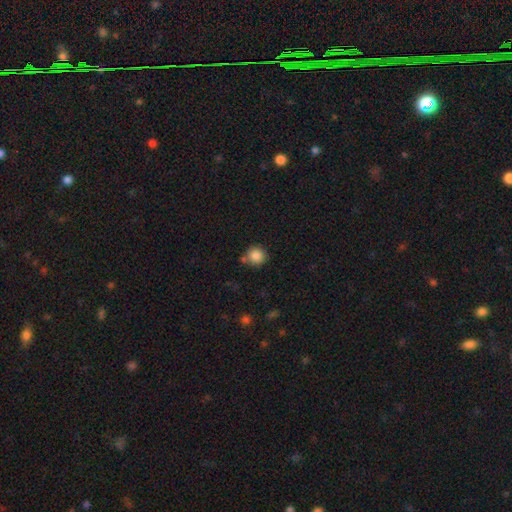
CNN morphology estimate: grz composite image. It shows a smooth galaxy with no disk features (86%) that is round (92%). Merging: none (72%).